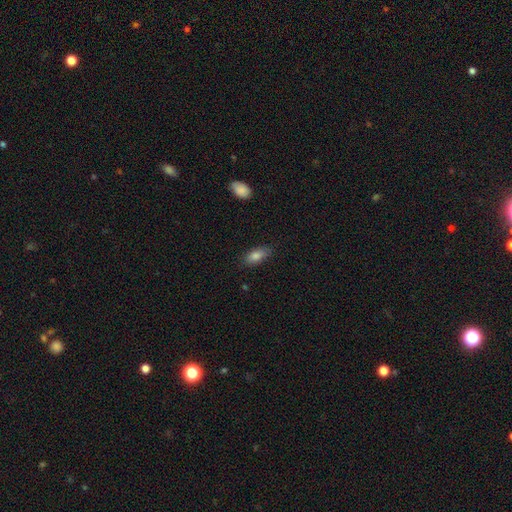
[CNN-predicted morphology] Overall: smooth (83%). How rounded: in between (83%). Merging: none (80%).